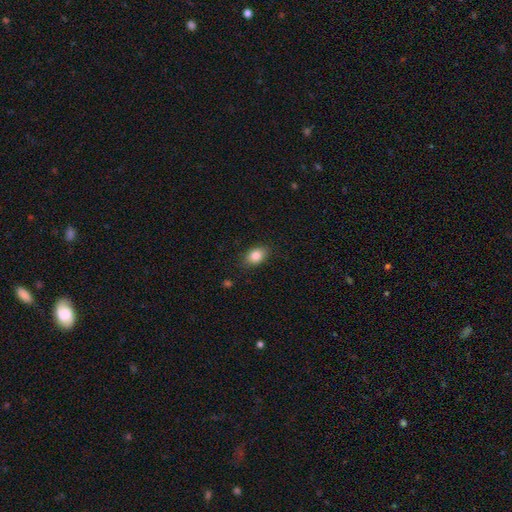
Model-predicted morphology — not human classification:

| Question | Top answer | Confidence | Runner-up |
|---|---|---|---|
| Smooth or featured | smooth | 85% | star or artifact (9%) |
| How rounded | in between | 79% | round (20%) |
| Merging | none | 84% | minor disturbance (12%) |